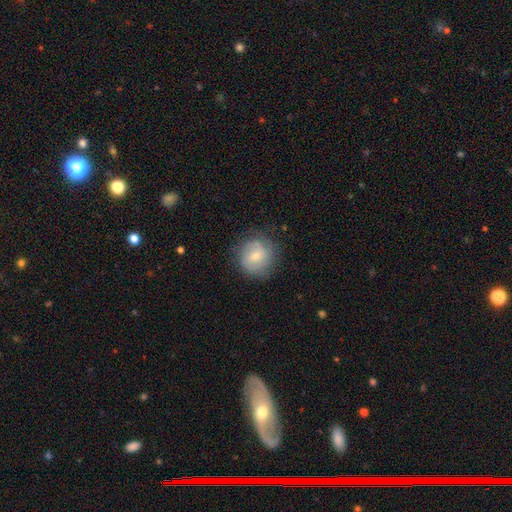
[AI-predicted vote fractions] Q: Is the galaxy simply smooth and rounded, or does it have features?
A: smooth — 54%.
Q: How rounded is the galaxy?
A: round — 89%.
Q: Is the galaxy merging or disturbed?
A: none — 75%.